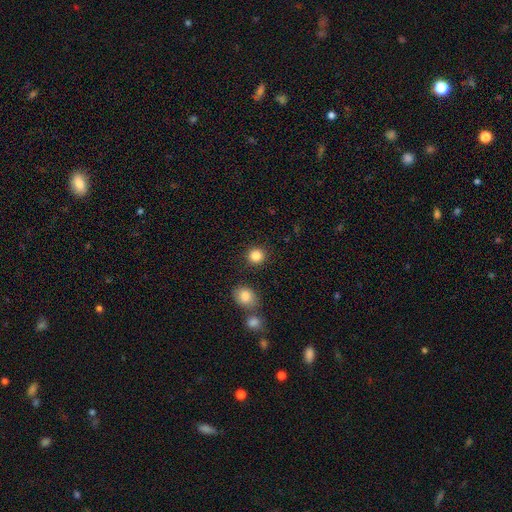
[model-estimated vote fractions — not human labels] A smooth galaxy with no disk features (85%) that is round (89%). Merging: none (88%).